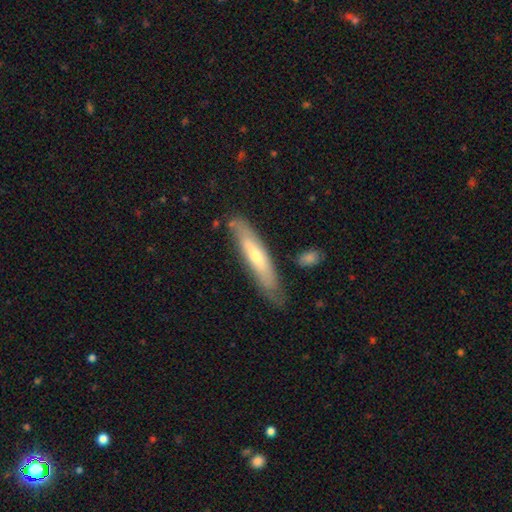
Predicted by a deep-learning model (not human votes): This is possibly a smooth galaxy (47%, tied with featured or disk). Merging: likely none (75%).